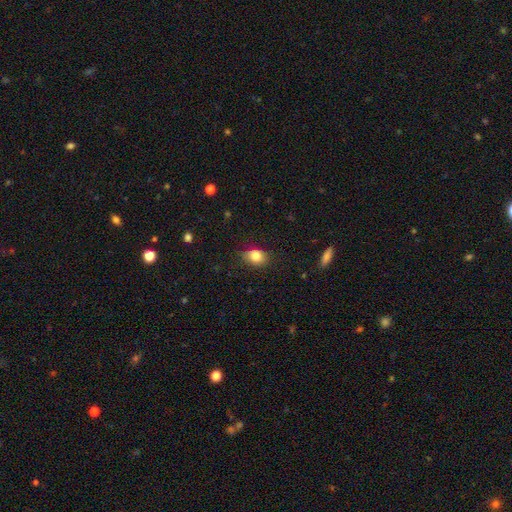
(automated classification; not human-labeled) Smooth or featured? Predicted: smooth (p=0.84). How rounded? Predicted: in between (p=0.65). Merging? Predicted: none (p=0.78).